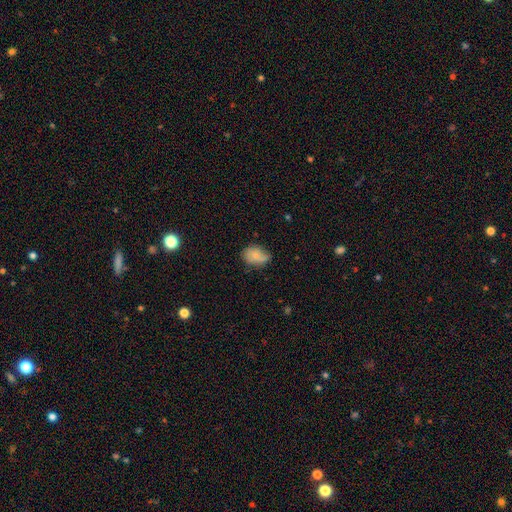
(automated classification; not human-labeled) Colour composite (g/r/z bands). It shows a smooth galaxy with no disk features (75%) that is in between round and cigar-shaped (77%). Merging: none (58%).